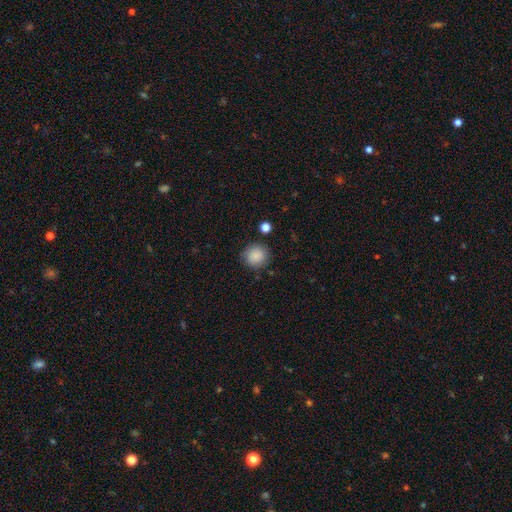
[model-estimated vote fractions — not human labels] The model was most divided on "merging": none: 85%, minor disturbance: 9%, major disturbance: 3%, merger: 2%. More confident: how rounded — round (92%); smooth or featured — smooth (87%).